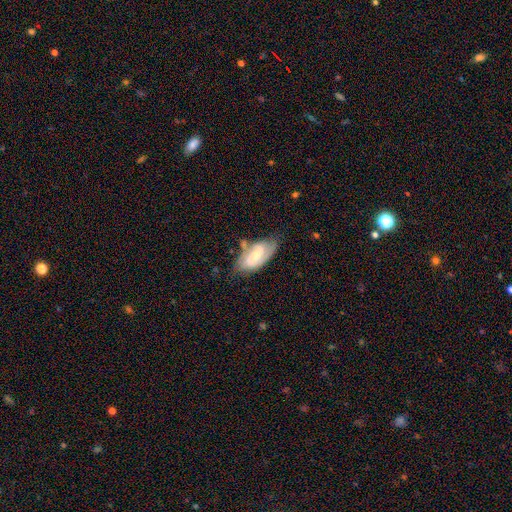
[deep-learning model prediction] A featured or disk galaxy (69%) with a weak bar (45%), 2 (74%) medium (45%) spiral arms (88%) and a moderate central bulge (47%, tied with small). Merging: none (60%).